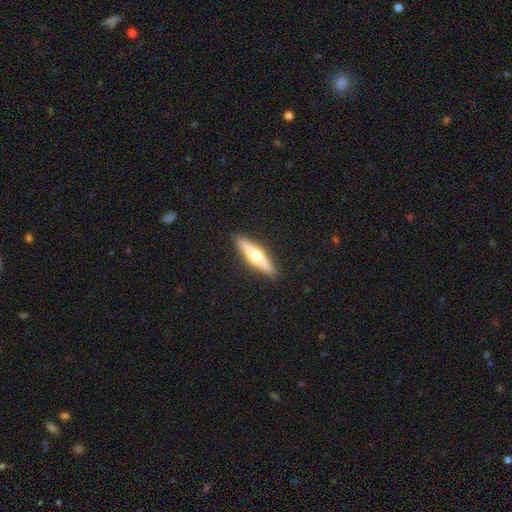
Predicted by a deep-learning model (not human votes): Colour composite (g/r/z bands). It shows a featured or disk galaxy (50%). Merging: none (91%).